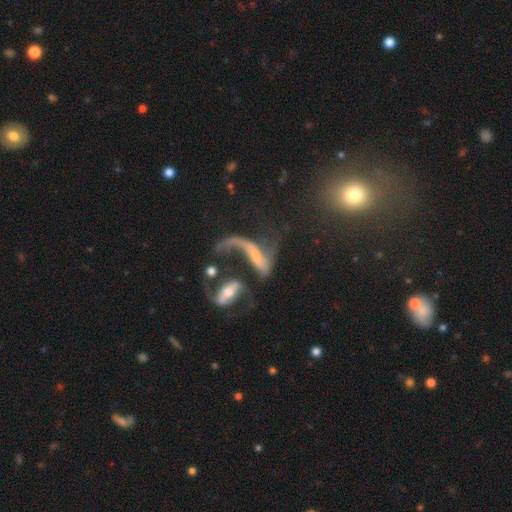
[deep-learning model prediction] This is likely a featured or disk galaxy (69%). It is clearly not viewed edge-on (87%). Bar: possibly no (47%). Spiral arm pattern: likely yes (70%). Central bulge: possibly small (51%). Merging: marginally merger (40%).